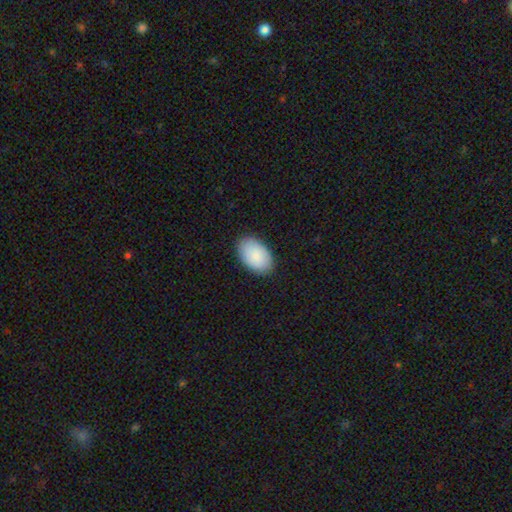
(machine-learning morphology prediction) Smooth or featured? Predicted: smooth (p=0.89). How rounded? Predicted: in between (p=0.94). Merging? Predicted: none (p=0.87).